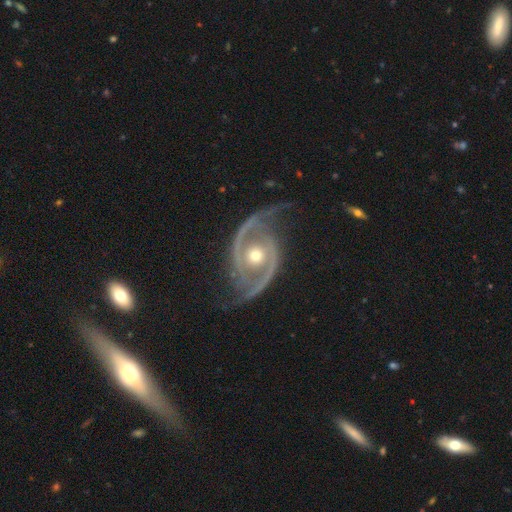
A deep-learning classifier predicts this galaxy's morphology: Smooth or featured?
  - featured or disk: 93% *
  - star or artifact: 4%
  - smooth: 3%
Edge-on disk?
  - no: 97% *
  - yes: 3%
Bar?
  - no: 73% *
  - weak: 18%
  - strong: 8%
Spiral arms?
  - yes: 97% *
  - no: 3%
Spiral winding?
  - medium: 49% *
  - tight: 28%
  - loose: 23%
Spiral arm count?
  - 2: 92% *
  - can't tell: 2%
  - 3: 2%
  - 1: 1%
  - 4: 1%
  - more than 4: 1%
Bulge size?
  - moderate: 72% *
  - small: 22%
  - large: 5%
  - dominant: 1%
  - none: 1%
Merging?
  - none: 69% *
  - minor disturbance: 19%
  - major disturbance: 10%
  - merger: 2%